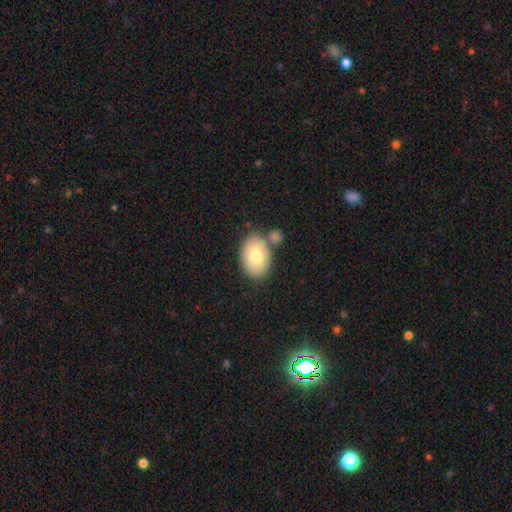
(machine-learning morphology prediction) This is likely a smooth galaxy (77%). How rounded: clearly in between (83%). Merging: likely none (68%).